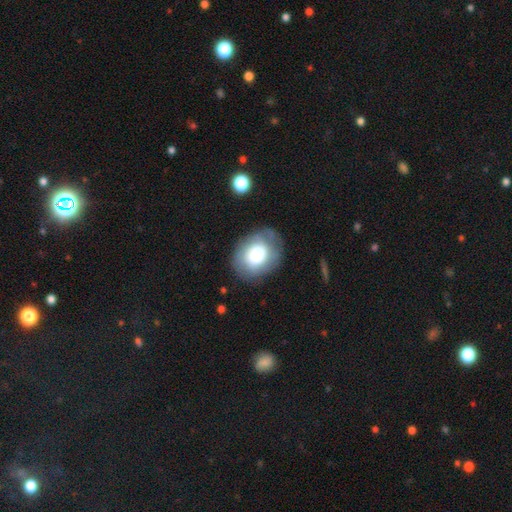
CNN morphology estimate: This appears to be a smooth galaxy with no disk features (72%) that is in between round and cigar-shaped (56%). Merging: none (70%).